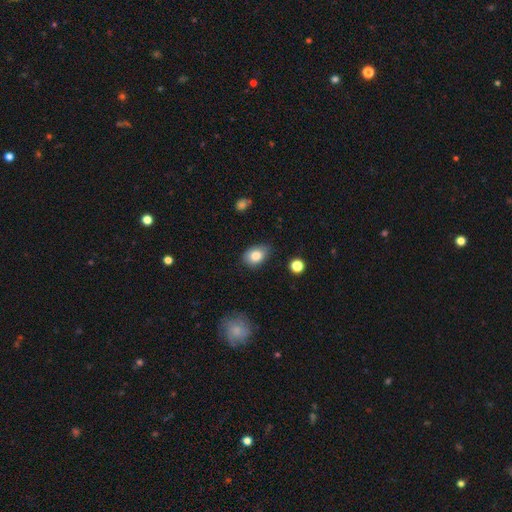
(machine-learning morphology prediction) Overall: smooth (81%). How rounded: in between (75%). Merging: none (69%).